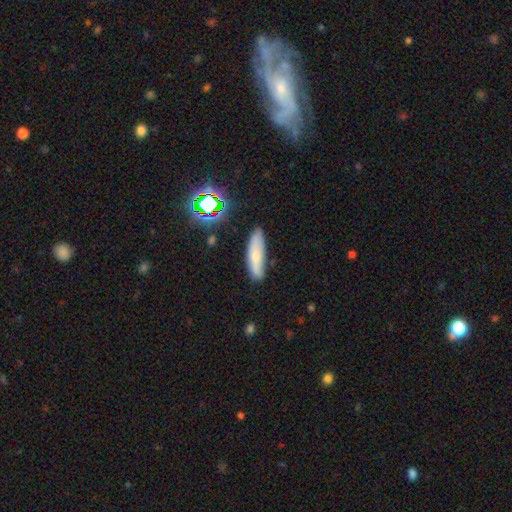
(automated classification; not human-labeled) A smooth galaxy with no disk features (67%) that is cigar-shaped (63%).

Vote fractions:
- Smooth or featured? smooth: 67% / featured or disk: 23% / star or artifact: 10%
- How rounded? cigar-shaped: 63% / in between: 35% / round: 2%
- Merging? none: 76% / minor disturbance: 18% / major disturbance: 4% / merger: 2%